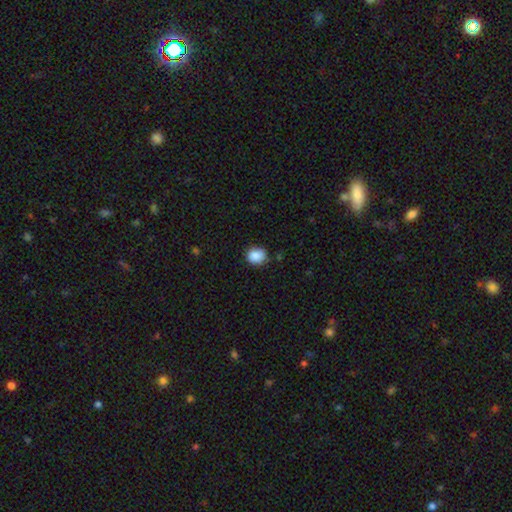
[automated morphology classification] This appears to be a smooth galaxy with no disk features (88%) that is round (76%). Merging: none (80%).